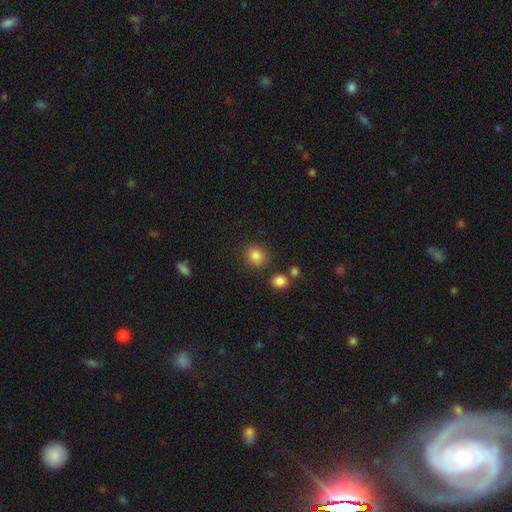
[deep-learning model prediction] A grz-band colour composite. It shows a smooth galaxy with no disk features (85%) that is round (87%). Merging: none (84%).